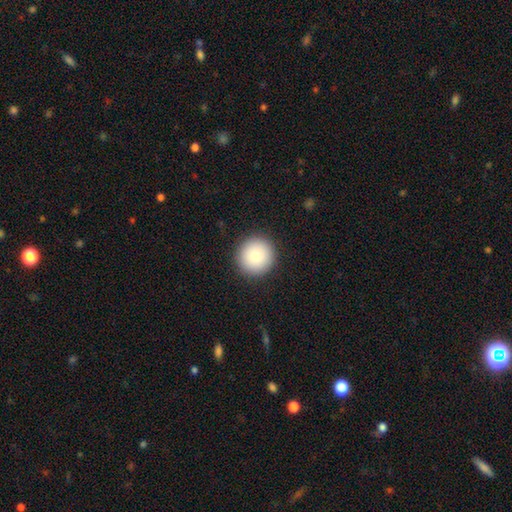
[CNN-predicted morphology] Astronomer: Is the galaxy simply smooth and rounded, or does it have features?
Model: smooth — 81%.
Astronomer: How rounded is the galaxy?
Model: round — 96%.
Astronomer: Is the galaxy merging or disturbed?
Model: none — 92%.